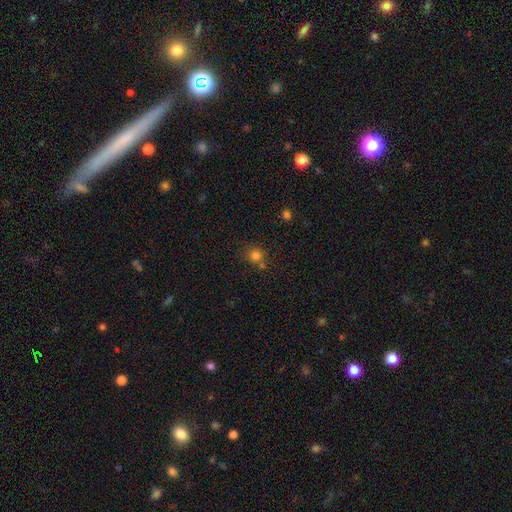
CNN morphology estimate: smooth_or_featured: smooth (p=0.79) [alt: star or artifact p=0.14]
how_rounded: round (p=0.85) [alt: in between p=0.14]
merging: none (p=0.62) [alt: merger p=0.20]